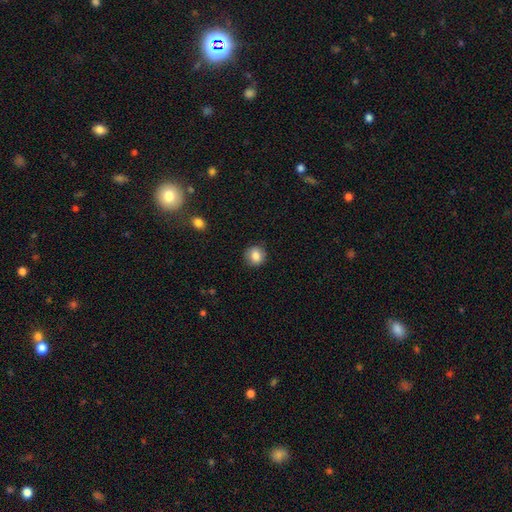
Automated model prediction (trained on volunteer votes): This appears to be a smooth galaxy with no disk features (84%) that is round (86%). Merging: none (88%).